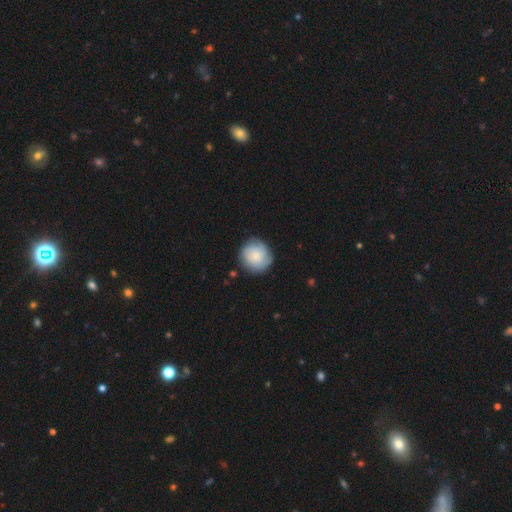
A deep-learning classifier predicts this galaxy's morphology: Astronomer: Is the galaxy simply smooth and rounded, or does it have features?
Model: smooth — 54% (runner-up: featured or disk, 39%).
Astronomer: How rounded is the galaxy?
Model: round — 89%.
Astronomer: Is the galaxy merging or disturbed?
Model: none — 78%.